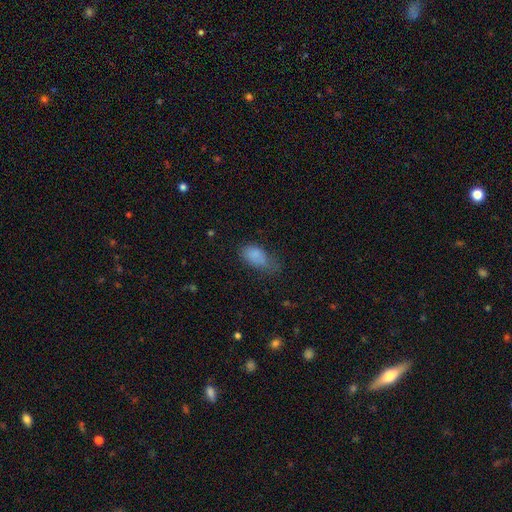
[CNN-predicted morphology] type=smooth (81%); roundness=in between (91%); merging=none (38%, tied with minor disturbance).